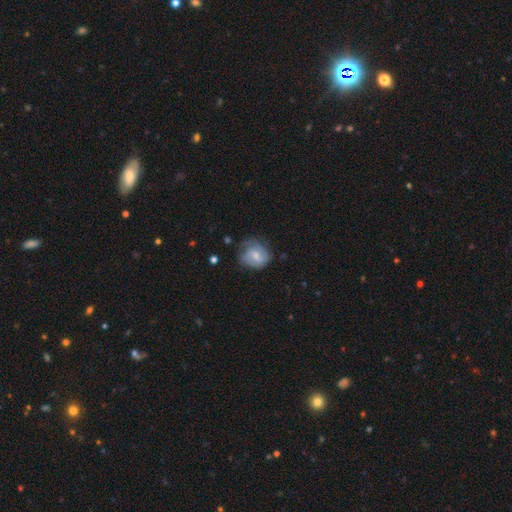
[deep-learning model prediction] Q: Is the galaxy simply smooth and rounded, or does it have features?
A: featured or disk — 48%.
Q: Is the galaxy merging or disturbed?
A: none — 55%.